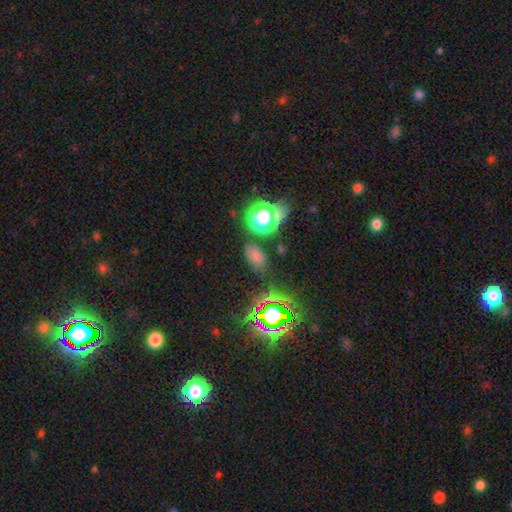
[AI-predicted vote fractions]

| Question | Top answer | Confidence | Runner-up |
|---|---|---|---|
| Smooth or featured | smooth | 60% | star or artifact (30%) |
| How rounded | in between | 79% | round (19%) |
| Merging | none | 68% | minor disturbance (19%) |